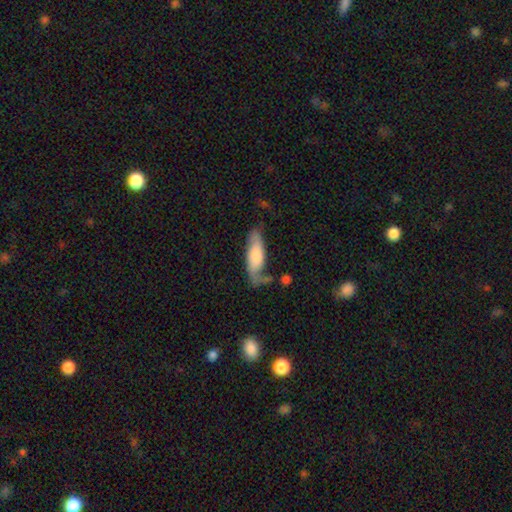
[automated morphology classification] smooth 52%, featured or disk 42%, star or artifact 7%. Down the decision tree: how rounded — in between (55%); merging — none (54%).